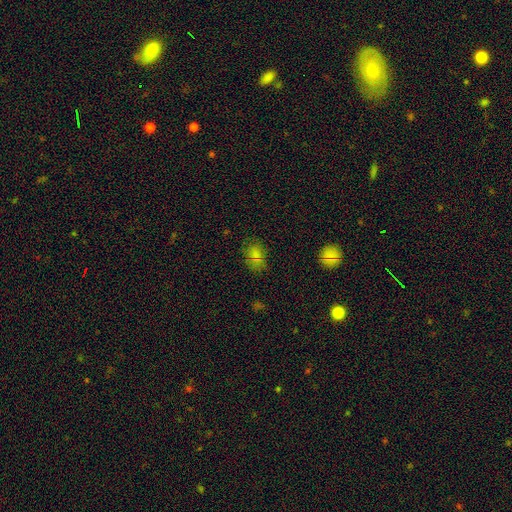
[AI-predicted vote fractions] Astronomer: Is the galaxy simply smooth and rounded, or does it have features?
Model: smooth — 73%.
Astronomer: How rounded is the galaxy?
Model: in between — 76%.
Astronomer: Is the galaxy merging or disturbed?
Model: none — 71%.